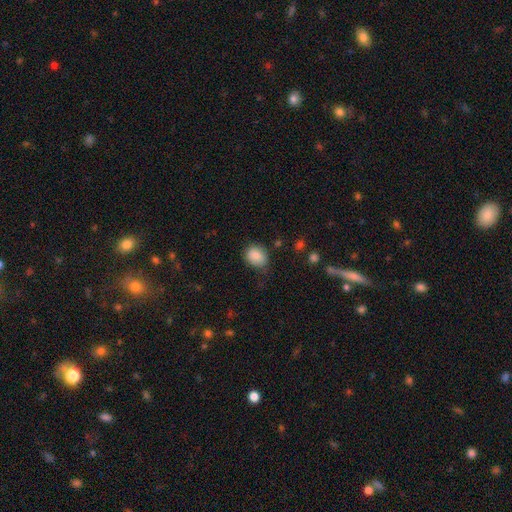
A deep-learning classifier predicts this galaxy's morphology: smooth 86%, star or artifact 8%, featured or disk 5%. Down the decision tree: how rounded — round (56%); merging — none (66%).